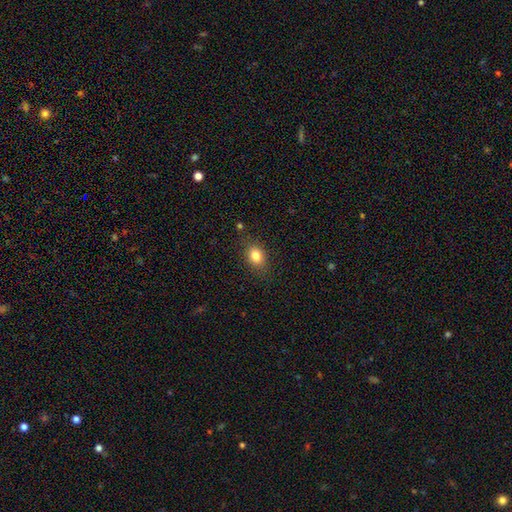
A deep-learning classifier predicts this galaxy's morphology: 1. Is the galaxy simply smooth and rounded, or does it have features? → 82% smooth, 10% star or artifact, 8% featured or disk.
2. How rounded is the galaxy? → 68% in between, 31% round, 1% cigar-shaped.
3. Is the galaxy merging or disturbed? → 83% none, 12% minor disturbance, 3% major disturbance, 2% merger.